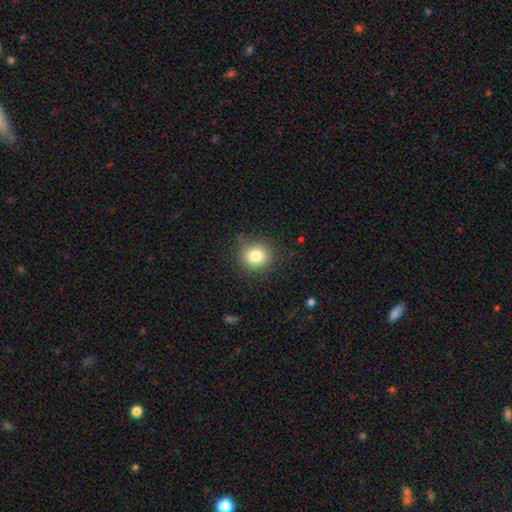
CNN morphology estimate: smooth-or-featured: smooth: 82% | star or artifact: 11% | featured or disk: 7%
  how-rounded: round: 87% | in between: 12% | cigar-shaped: 1%
  merging: none: 82% | minor disturbance: 13% | major disturbance: 3% | merger: 1%